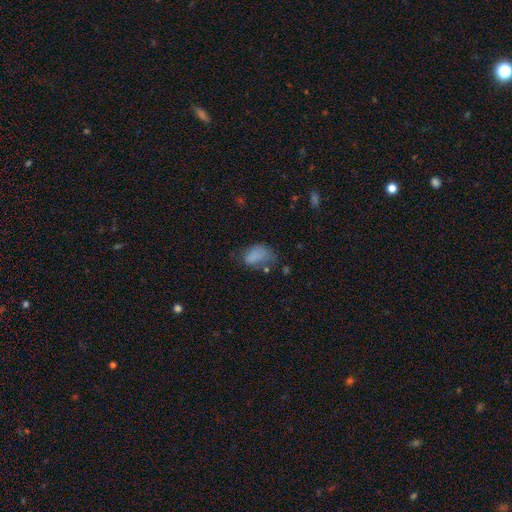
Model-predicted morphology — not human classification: Q: Smooth or featured?
A: smooth (75%); runner-up: featured or disk (14%)
Q: How rounded?
A: in between (89%); runner-up: round (10%)
Q: Merging?
A: none (36%); runner-up: minor disturbance (32%)